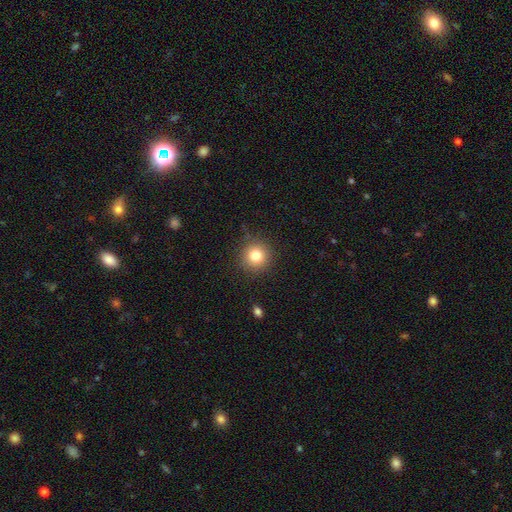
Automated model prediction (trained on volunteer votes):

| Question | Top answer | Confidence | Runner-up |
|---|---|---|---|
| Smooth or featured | smooth | 80% | star or artifact (12%) |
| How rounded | round | 94% | in between (5%) |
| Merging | none | 88% | minor disturbance (8%) |